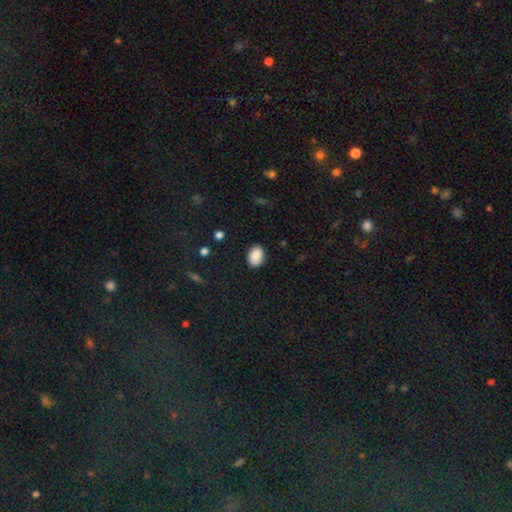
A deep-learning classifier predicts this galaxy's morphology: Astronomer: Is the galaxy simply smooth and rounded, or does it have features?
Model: smooth — 87%.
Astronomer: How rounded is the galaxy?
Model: in between — 79%.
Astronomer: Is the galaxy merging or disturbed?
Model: none — 84%.